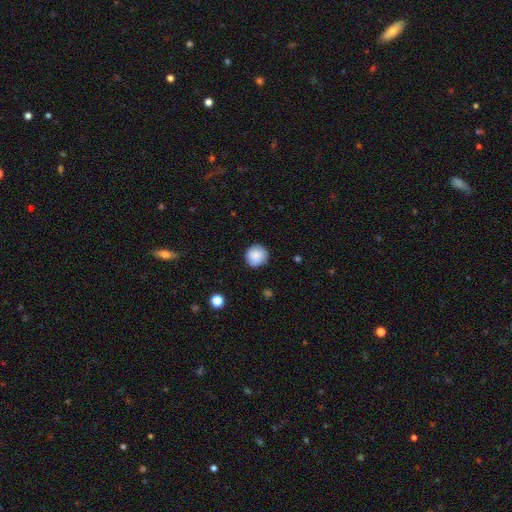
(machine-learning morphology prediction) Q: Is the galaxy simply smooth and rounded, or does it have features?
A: smooth — 86%.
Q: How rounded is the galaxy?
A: round — 93%.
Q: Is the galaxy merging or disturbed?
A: none — 85%.